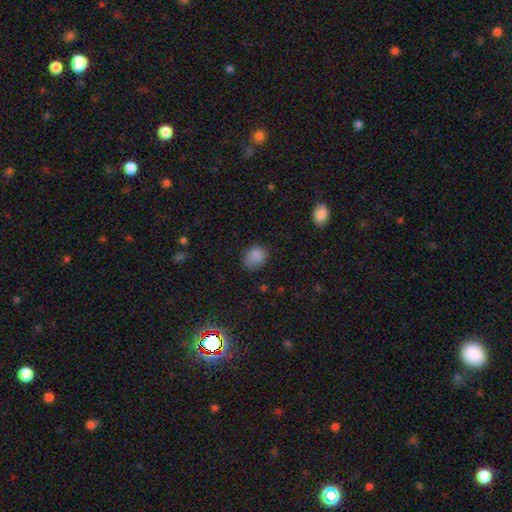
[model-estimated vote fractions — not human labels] Smooth or featured?
  - smooth: 85% *
  - star or artifact: 10%
  - featured or disk: 5%
How rounded?
  - round: 67% *
  - in between: 32%
  - cigar-shaped: 1%
Merging?
  - none: 70% *
  - minor disturbance: 22%
  - major disturbance: 6%
  - merger: 2%